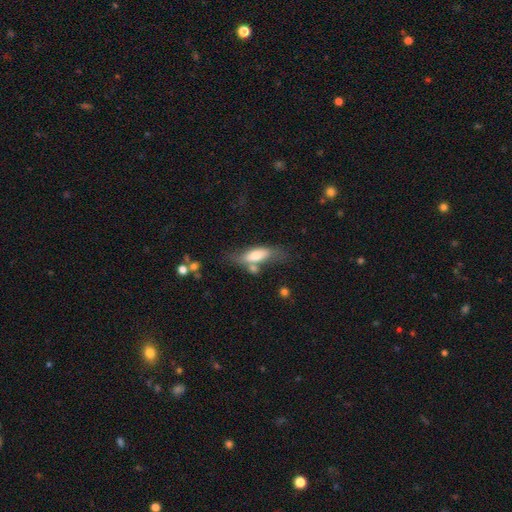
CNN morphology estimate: Smooth or featured? smooth (63%)
How rounded? in between (58%)
Merging? none (49%)